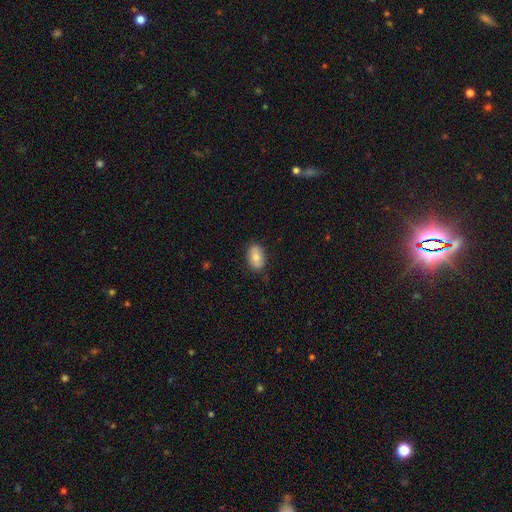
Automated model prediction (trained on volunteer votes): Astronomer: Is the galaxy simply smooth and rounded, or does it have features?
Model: smooth — 78%.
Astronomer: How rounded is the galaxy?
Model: in between — 89%.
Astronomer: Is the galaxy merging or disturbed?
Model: none — 82%.